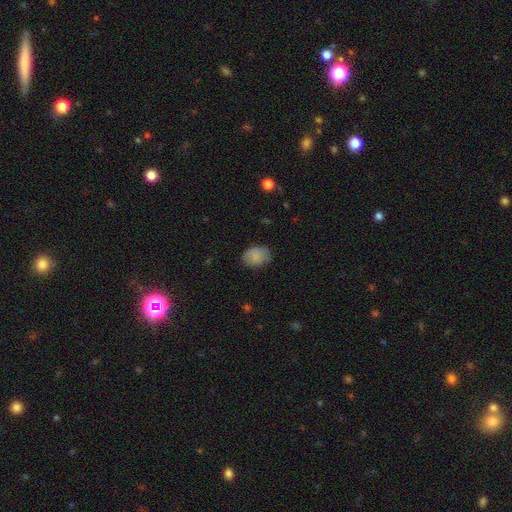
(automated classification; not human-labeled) A smooth galaxy with no disk features (85%) that is in between round and cigar-shaped (74%). Merging: none (75%).